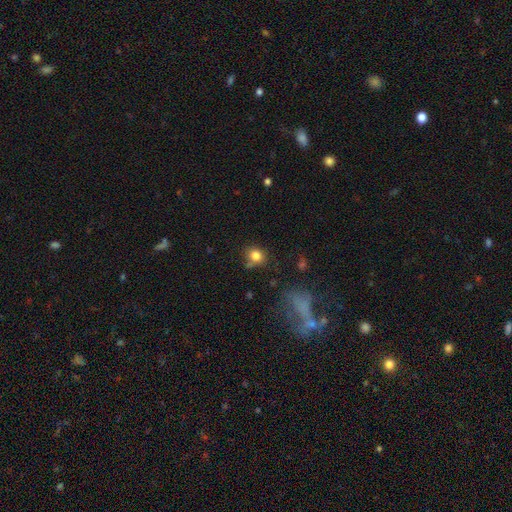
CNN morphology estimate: The model was most divided on "how rounded": round: 73%, in between: 26%, cigar-shaped: 1%. More confident: smooth or featured — smooth (81%); merging — none (69%).